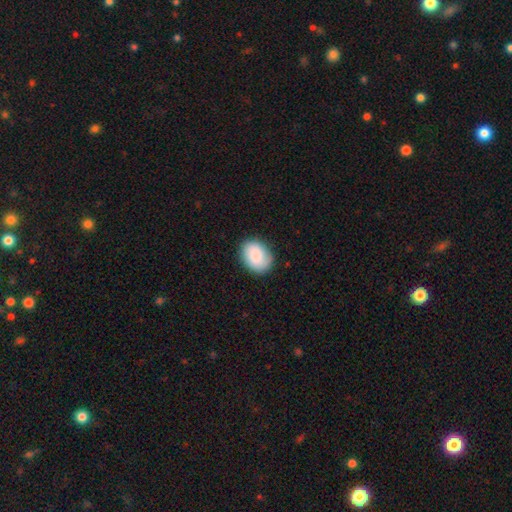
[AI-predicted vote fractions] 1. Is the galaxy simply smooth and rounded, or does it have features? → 84% smooth, 10% featured or disk, 6% star or artifact.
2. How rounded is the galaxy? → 64% in between, 35% round, 1% cigar-shaped.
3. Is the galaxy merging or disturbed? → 85% none, 12% minor disturbance, 3% major disturbance, 1% merger.